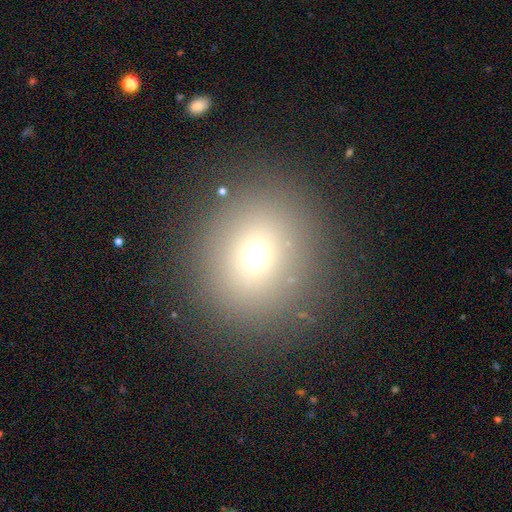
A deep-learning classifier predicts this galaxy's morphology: Smooth or featured: smooth — 67% (star or artifact — 21%)
How rounded: round — 85% (in between — 14%)
Merging: none — 86% (minor disturbance — 8%)